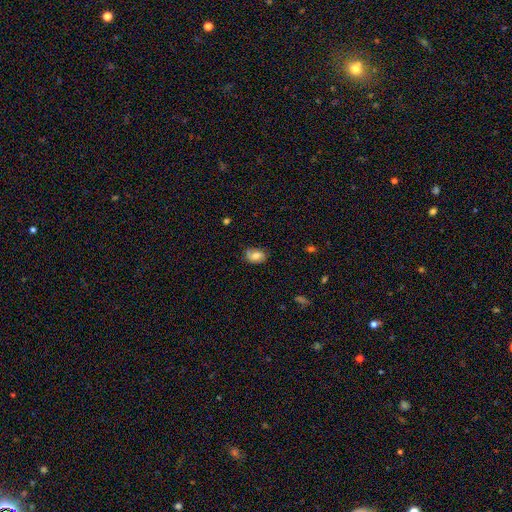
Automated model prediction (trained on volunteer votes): Overall: smooth (70%). How rounded: in between (80%). Merging: none (72%).